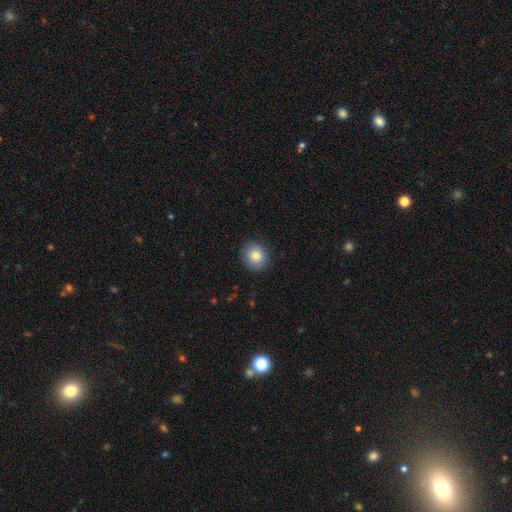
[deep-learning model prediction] smooth-or-featured: smooth: 82% | featured or disk: 9% | star or artifact: 9%
  how-rounded: round: 83% | in between: 16% | cigar-shaped: 1%
  merging: none: 87% | minor disturbance: 10% | major disturbance: 2% | merger: 1%